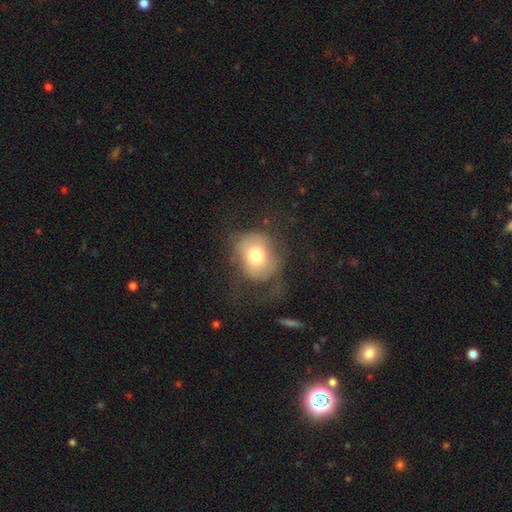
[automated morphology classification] Smooth or featured? smooth (65%)
How rounded? round (61%)
Merging? none (43%)